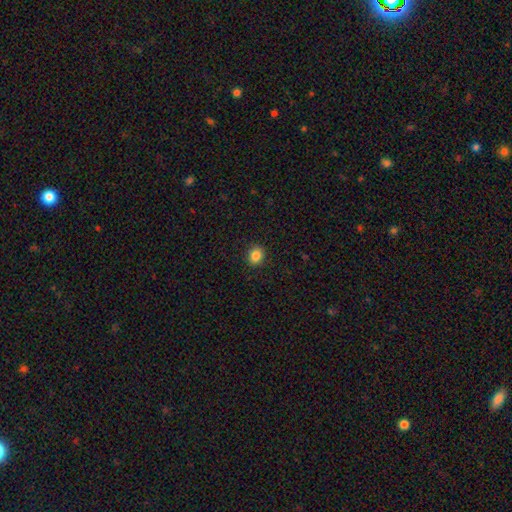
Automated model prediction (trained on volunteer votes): Smooth or featured?
  - smooth: 86% *
  - star or artifact: 10%
  - featured or disk: 4%
How rounded?
  - round: 67% *
  - in between: 32%
  - cigar-shaped: 1%
Merging?
  - none: 91% *
  - minor disturbance: 6%
  - major disturbance: 2%
  - merger: 1%